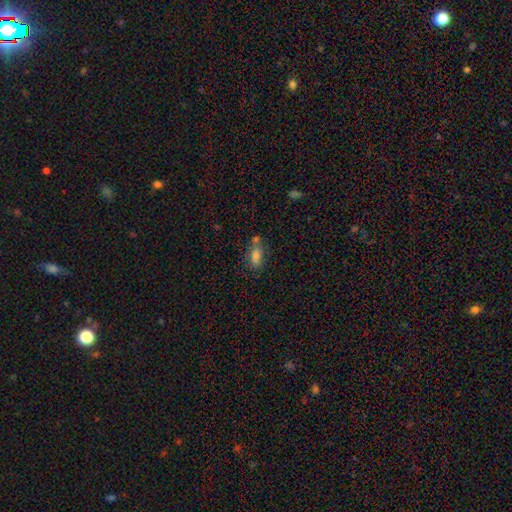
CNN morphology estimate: Smooth or featured? smooth (73%)
How rounded? in between (76%)
Merging? none (56%)